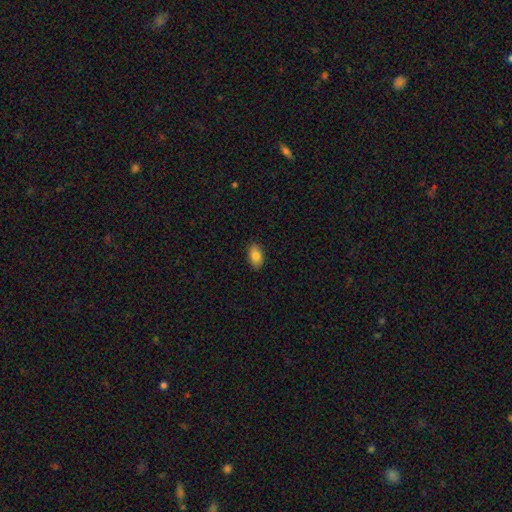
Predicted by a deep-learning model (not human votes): Smooth or featured? smooth (82%)
How rounded? in between (91%)
Merging? none (89%)